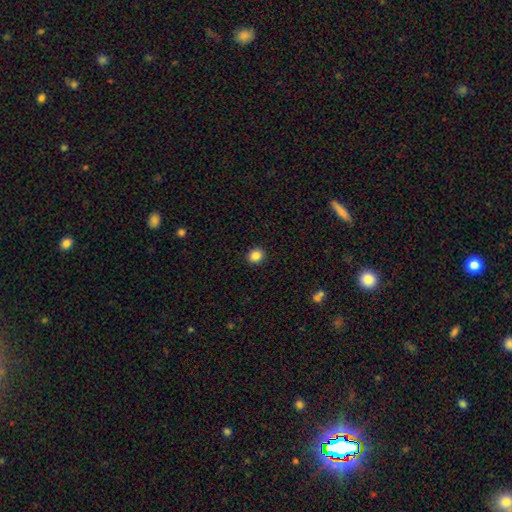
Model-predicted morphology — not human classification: smooth 86%, star or artifact 11%, featured or disk 4%. Down the decision tree: how rounded — round (81%); merging — none (92%).